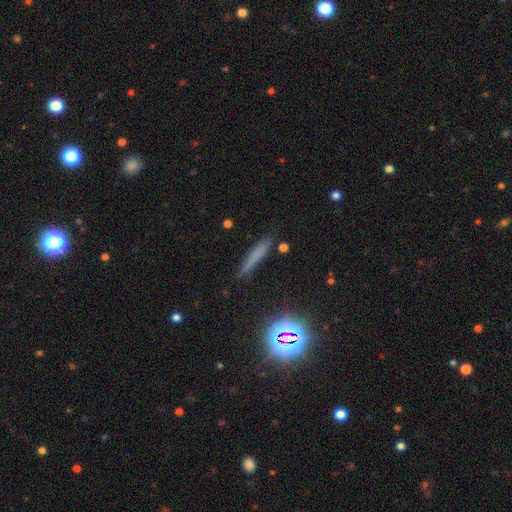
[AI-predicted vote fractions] Smooth or featured: smooth — 58% (featured or disk — 22%)
How rounded: cigar-shaped — 92% (in between — 6%)
Merging: none — 83% (minor disturbance — 12%)